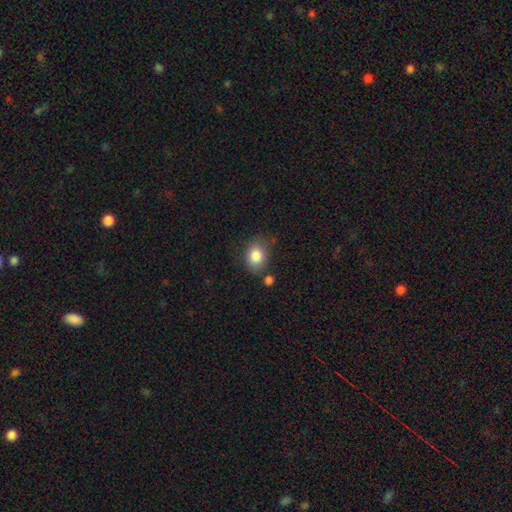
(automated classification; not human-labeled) smooth-or-featured: smooth: 84% | star or artifact: 8% | featured or disk: 7%
  how-rounded: in between: 64% | round: 35% | cigar-shaped: 1%
  merging: none: 70% | minor disturbance: 17% | merger: 7% | major disturbance: 5%